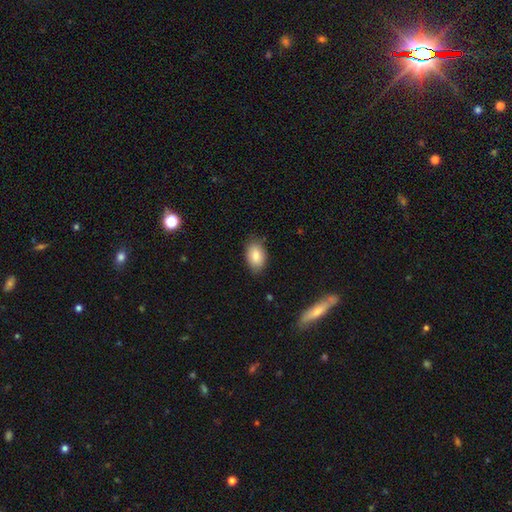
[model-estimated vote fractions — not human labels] Smooth or featured: smooth — 81% (featured or disk — 12%)
How rounded: in between — 89% (round — 10%)
Merging: none — 80% (minor disturbance — 16%)